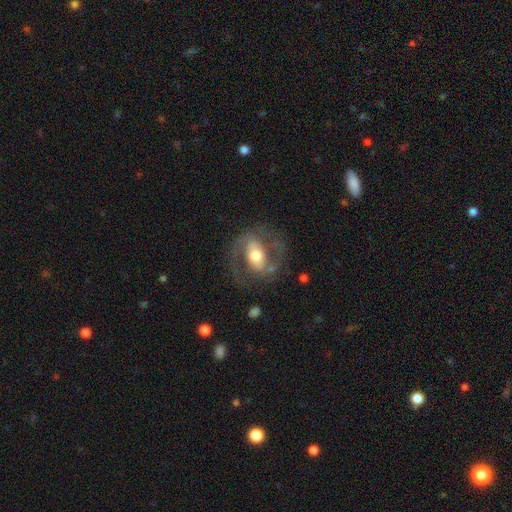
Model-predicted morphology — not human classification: A featured or disk galaxy (75%) with a strong bar (43%), 2 (86%) medium (53%) spiral arms (73%) and a moderate central bulge (67%).

Vote fractions:
- Smooth or featured? featured or disk: 75% / smooth: 20% / star or artifact: 6%
- Edge-on disk? no: 95% / yes: 5%
- Bar? strong: 43% / weak: 32% / no: 26%
- Spiral arms? yes: 73% / no: 27%
- Spiral winding? medium: 53% / tight: 24% / loose: 23%
- Spiral arm count? 2: 86% / can't tell: 7% / 1: 3% / 3: 1% / 4: 1% / more than 4: 1%
- Bulge size? moderate: 67% / large: 18% / small: 12% / dominant: 2% / none: 1%
- Merging? none: 69% / minor disturbance: 15% / major disturbance: 14% / merger: 2%